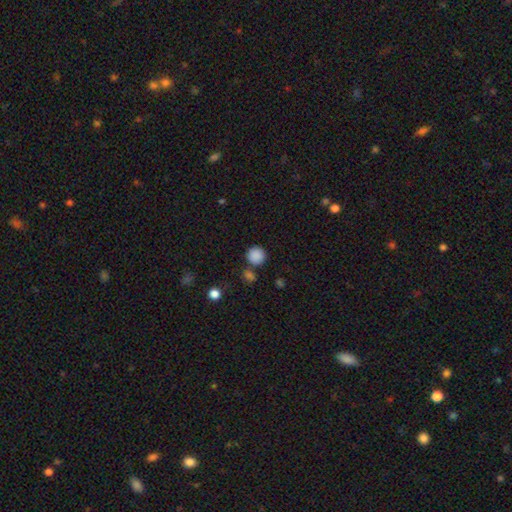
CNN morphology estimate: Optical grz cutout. It shows a smooth galaxy with no disk features (87%) that is round (93%). Merging: none (77%).